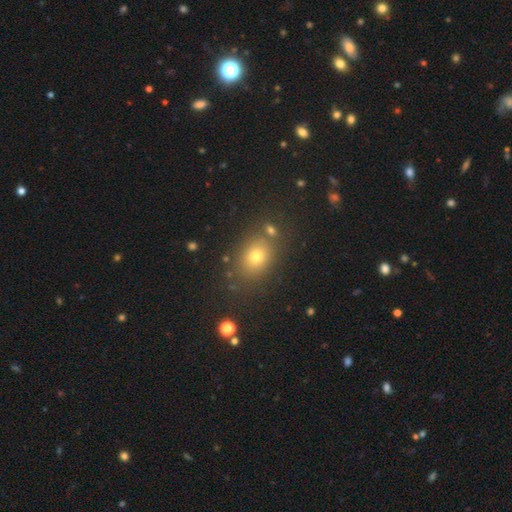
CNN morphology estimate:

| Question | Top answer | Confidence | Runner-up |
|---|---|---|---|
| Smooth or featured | smooth | 72% | star or artifact (17%) |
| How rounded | in between | 59% | round (40%) |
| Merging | none | 77% | minor disturbance (11%) |